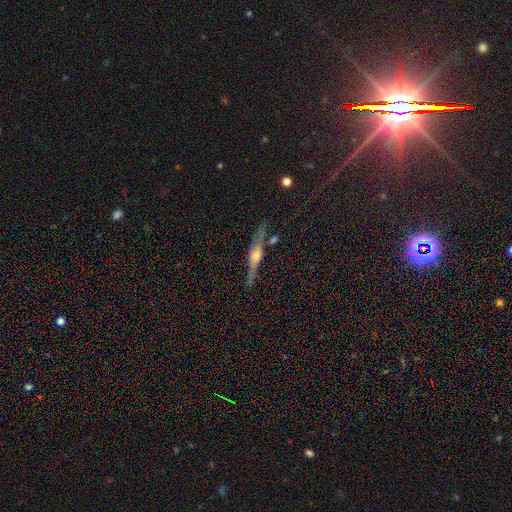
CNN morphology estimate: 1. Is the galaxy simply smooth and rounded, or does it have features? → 73% featured or disk, 18% smooth, 9% star or artifact.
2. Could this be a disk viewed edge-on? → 96% yes, 4% no.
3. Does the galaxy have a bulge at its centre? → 79% rounded, 16% boxy, 5% none.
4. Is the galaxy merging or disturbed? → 82% none, 12% minor disturbance, 4% merger, 3% major disturbance.